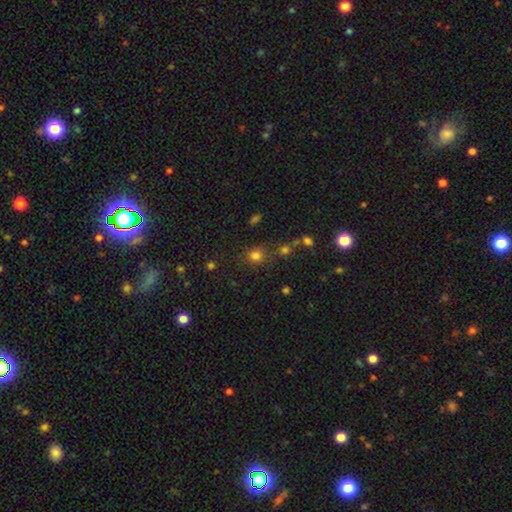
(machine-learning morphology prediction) Q: Smooth or featured?
A: smooth (76%); runner-up: star or artifact (17%)
Q: How rounded?
A: round (81%); runner-up: in between (18%)
Q: Merging?
A: none (71%); runner-up: minor disturbance (13%)